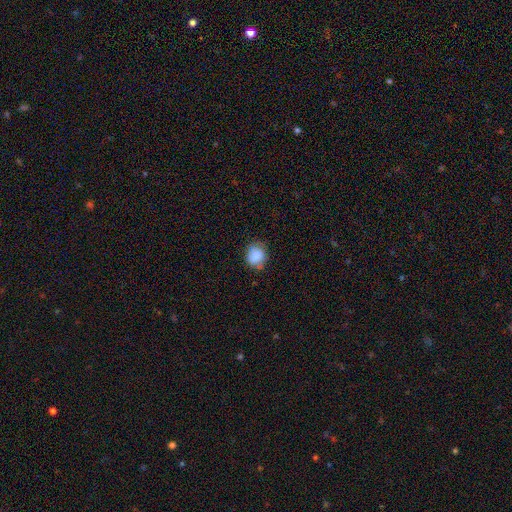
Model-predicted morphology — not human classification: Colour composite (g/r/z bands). It shows a smooth galaxy with no disk features (86%) that is round (68%). Merging: none (69%).